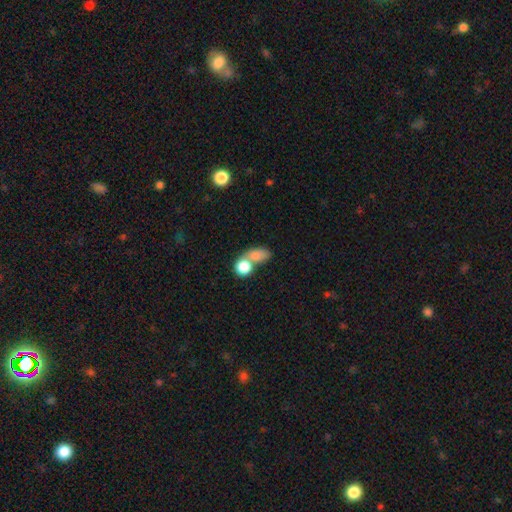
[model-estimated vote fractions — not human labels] Smooth or featured: smooth — 79% (featured or disk — 12%)
How rounded: in between — 61% (round — 34%)
Merging: merger — 56% (none — 28%)